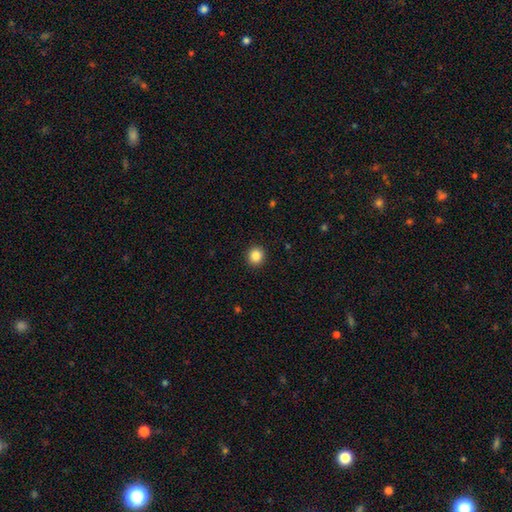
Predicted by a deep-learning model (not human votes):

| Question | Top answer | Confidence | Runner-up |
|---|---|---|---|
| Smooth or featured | smooth | 86% | star or artifact (10%) |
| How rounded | round | 91% | in between (8%) |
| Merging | none | 92% | minor disturbance (5%) |